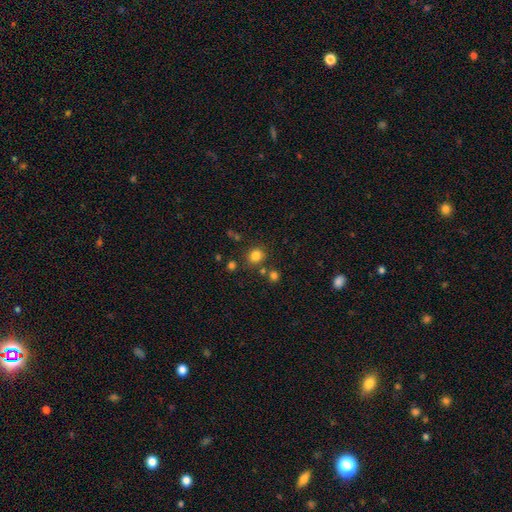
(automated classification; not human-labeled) smooth_or_featured: smooth (p=0.80) [alt: star or artifact p=0.14]
how_rounded: round (p=0.81) [alt: in between p=0.18]
merging: none (p=0.78) [alt: minor disturbance p=0.09]